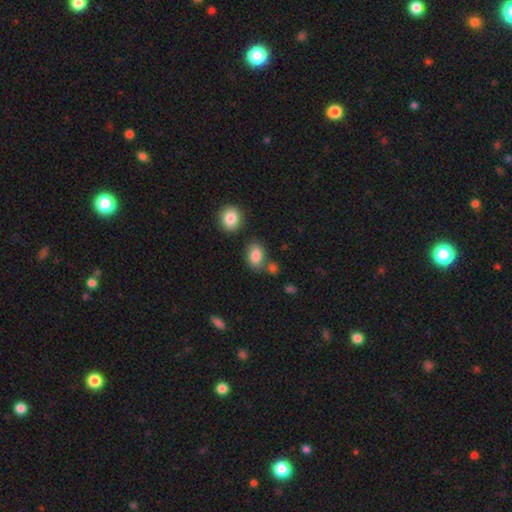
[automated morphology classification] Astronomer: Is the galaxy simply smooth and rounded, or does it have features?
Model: smooth — 83%.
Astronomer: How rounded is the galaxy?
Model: in between — 83%.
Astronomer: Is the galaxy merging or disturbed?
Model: none — 66%.